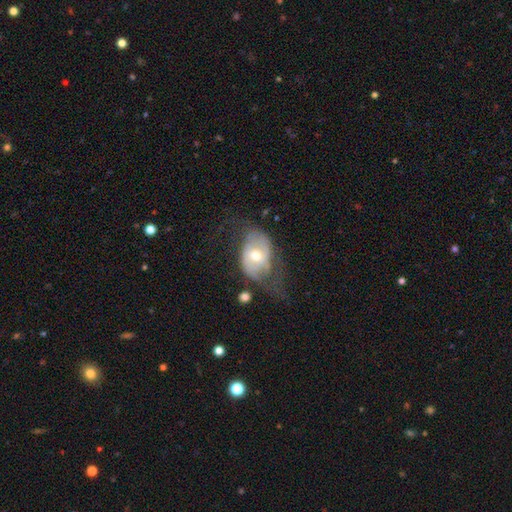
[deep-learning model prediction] The model was most divided on "merging": none: 36%, major disturbance: 35%, minor disturbance: 25%, merger: 4%. More confident: edge-on disk — no (94%); bulge size — moderate (74%); spiral arms — yes (63%); smooth or featured — featured or disk (62%); bar — no (60%).